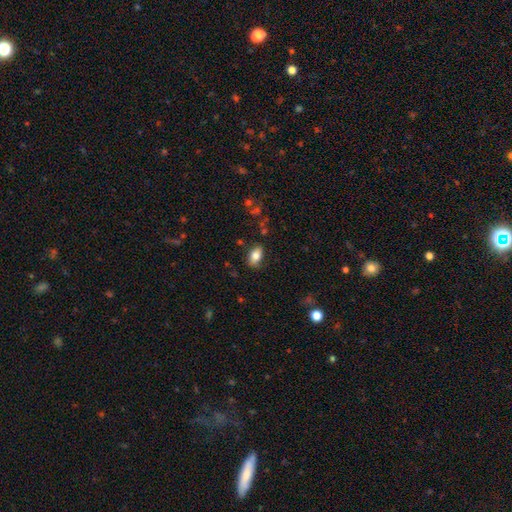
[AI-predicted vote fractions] The model was most divided on "smooth or featured": smooth: 79%, featured or disk: 13%, star or artifact: 8%. More confident: how rounded — in between (90%); merging — none (82%).